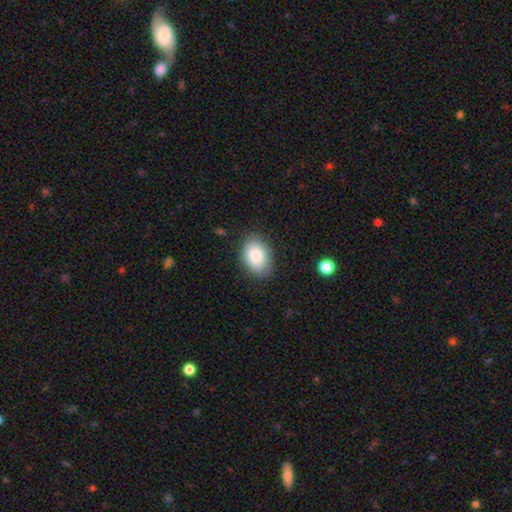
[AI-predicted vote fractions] Morphology: type=smooth (83%); roundness=in between (83%); merging=none (81%).